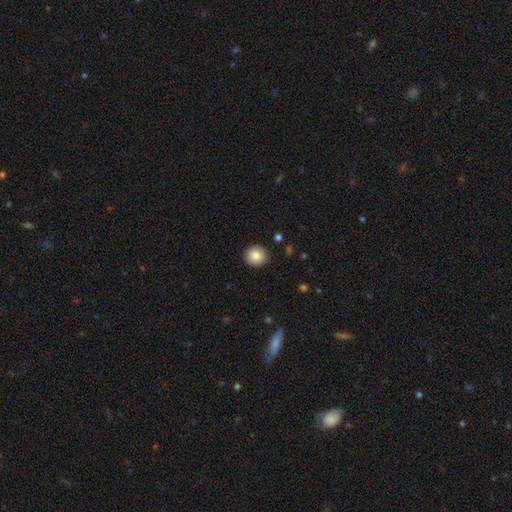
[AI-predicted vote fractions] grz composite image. It shows a smooth galaxy with no disk features (84%) that is round (90%). Merging: none (91%).